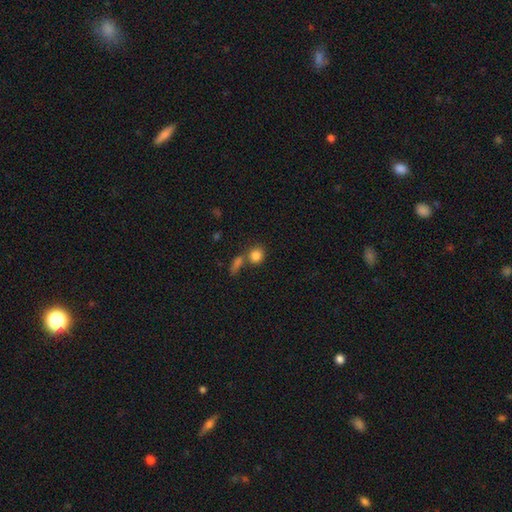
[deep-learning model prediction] Q: Smooth or featured?
A: smooth (83%); runner-up: star or artifact (10%)
Q: How rounded?
A: round (80%); runner-up: in between (18%)
Q: Merging?
A: none (57%); runner-up: merger (28%)